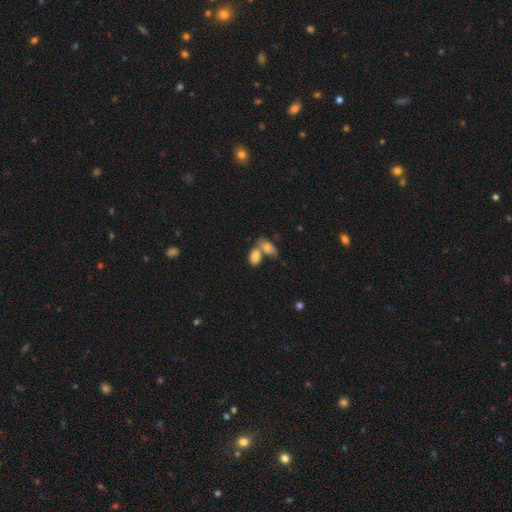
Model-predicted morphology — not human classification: A smooth galaxy with no disk features (82%) that is in between round and cigar-shaped (89%).

Vote fractions:
- Smooth or featured? smooth: 82% / featured or disk: 10% / star or artifact: 8%
- How rounded? in between: 89% / round: 8% / cigar-shaped: 2%
- Merging? merger: 58% / none: 28% / minor disturbance: 9% / major disturbance: 5%